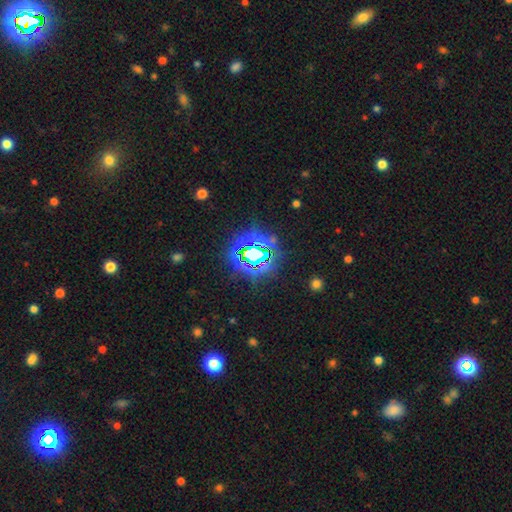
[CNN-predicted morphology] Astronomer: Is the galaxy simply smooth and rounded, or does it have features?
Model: star or artifact — 76%.